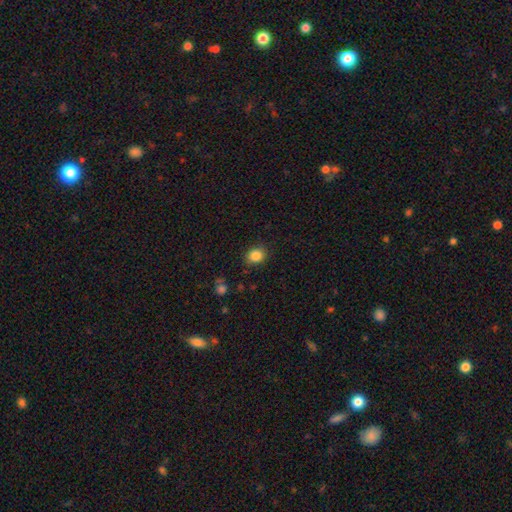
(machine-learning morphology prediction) Smooth or featured?
  - smooth: 85% *
  - star or artifact: 10%
  - featured or disk: 4%
How rounded?
  - round: 65% *
  - in between: 34%
  - cigar-shaped: 1%
Merging?
  - none: 86% *
  - minor disturbance: 10%
  - major disturbance: 3%
  - merger: 1%